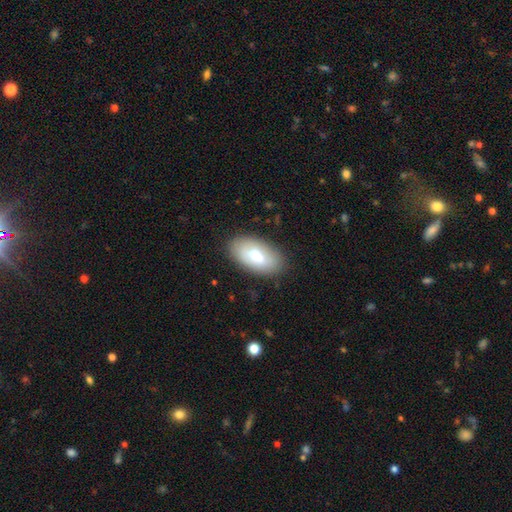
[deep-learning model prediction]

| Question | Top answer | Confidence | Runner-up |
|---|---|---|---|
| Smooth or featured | smooth | 71% | featured or disk (23%) |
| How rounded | in between | 94% | round (3%) |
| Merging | none | 84% | minor disturbance (11%) |